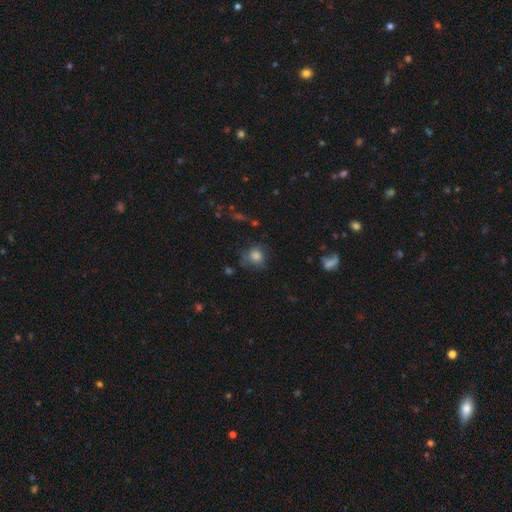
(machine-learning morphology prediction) Smooth or featured? Predicted: smooth (p=0.77). How rounded? Predicted: round (p=0.79). Merging? Predicted: none (p=0.57).